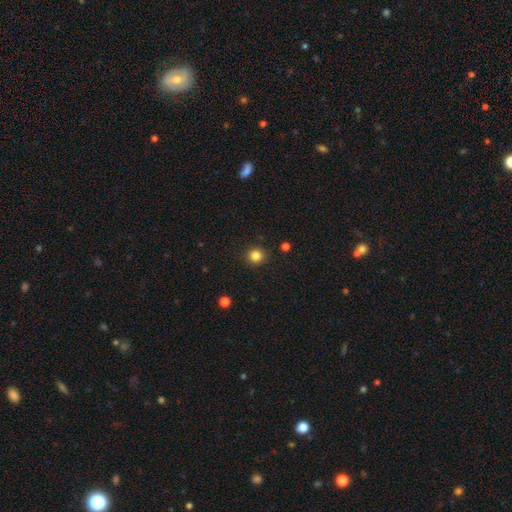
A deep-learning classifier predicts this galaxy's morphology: smooth 83%, star or artifact 13%, featured or disk 4%. Down the decision tree: how rounded — round (92%); merging — none (90%).